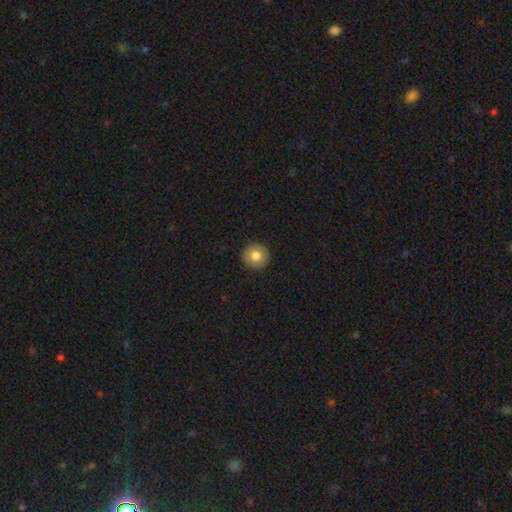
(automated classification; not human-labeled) Q: Smooth or featured?
A: smooth (81%); runner-up: featured or disk (10%)
Q: How rounded?
A: round (95%); runner-up: in between (4%)
Q: Merging?
A: none (93%); runner-up: minor disturbance (5%)